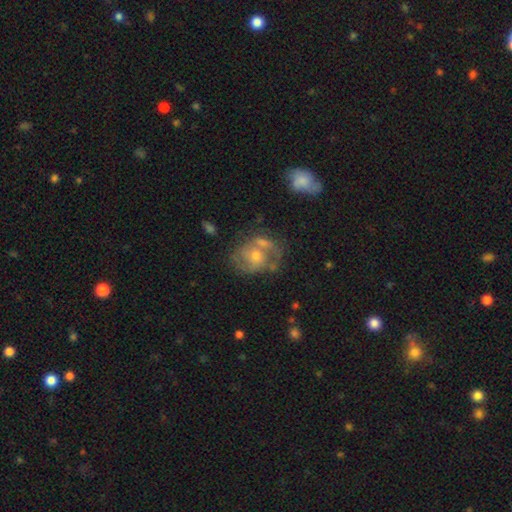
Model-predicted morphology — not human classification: Smooth or featured? featured or disk (68%)
Edge-on disk? no (97%)
Bar? no (67%)
Spiral arms? yes (76%)
Spiral winding? medium (47%)
Spiral arm count? 2 (56%)
Bulge size? moderate (56%)
Merging? none (50%)